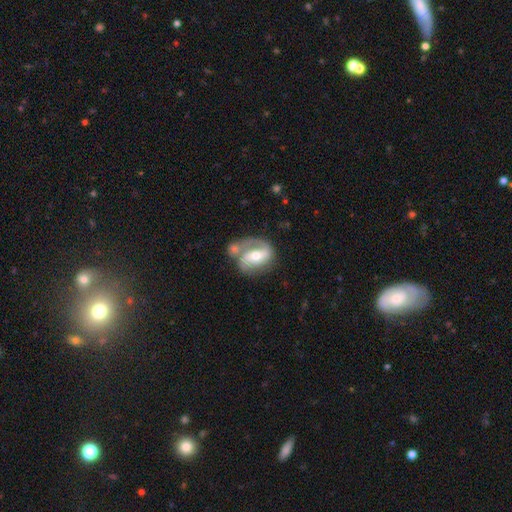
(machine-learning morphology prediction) A featured or disk galaxy (72%) with a weak bar (37%), 2 (68%) medium (44%) spiral arms (82%) and a moderate central bulge (64%). Merging: none (40%).